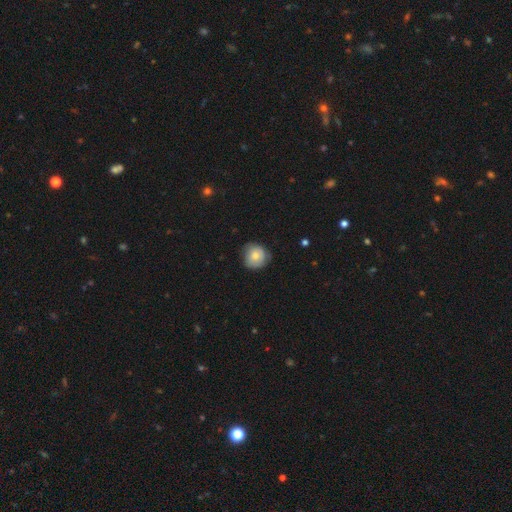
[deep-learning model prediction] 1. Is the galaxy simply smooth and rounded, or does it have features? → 71% smooth, 22% featured or disk, 8% star or artifact.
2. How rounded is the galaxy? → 89% round, 10% in between, 1% cigar-shaped.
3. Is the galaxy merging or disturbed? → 70% none, 25% minor disturbance, 4% major disturbance, 1% merger.